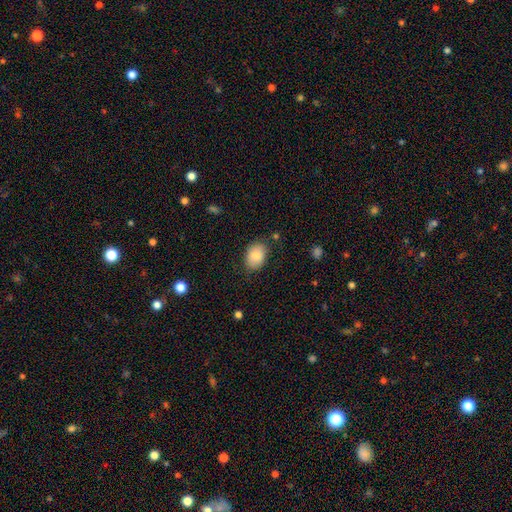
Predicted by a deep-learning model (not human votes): Overall: smooth (83%). How rounded: in between (80%). Merging: none (80%).